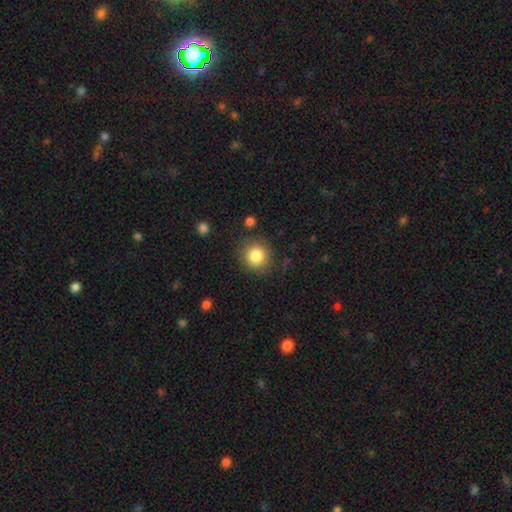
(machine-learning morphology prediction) type=smooth (85%); roundness=round (90%); merging=none (84%).